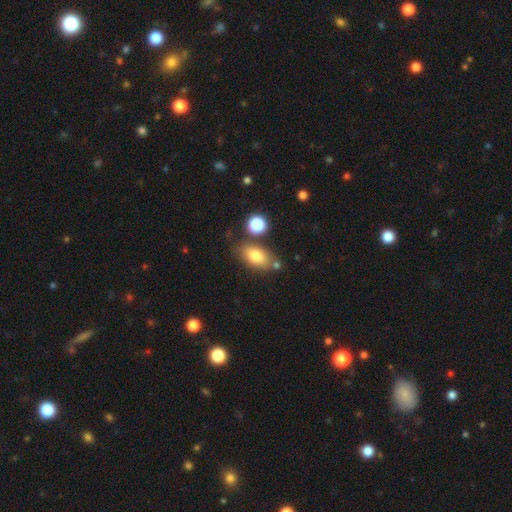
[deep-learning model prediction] smooth-or-featured: smooth: 78% | featured or disk: 13% | star or artifact: 9%
  how-rounded: in between: 86% | round: 8% | cigar-shaped: 6%
  merging: none: 69% | minor disturbance: 15% | merger: 11% | major disturbance: 4%